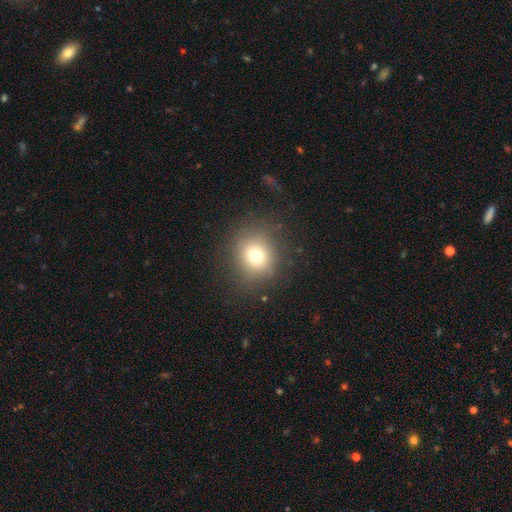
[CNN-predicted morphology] Smooth or featured? Predicted: smooth (p=0.72). How rounded? Predicted: round (p=0.82). Merging? Predicted: none (p=0.83).